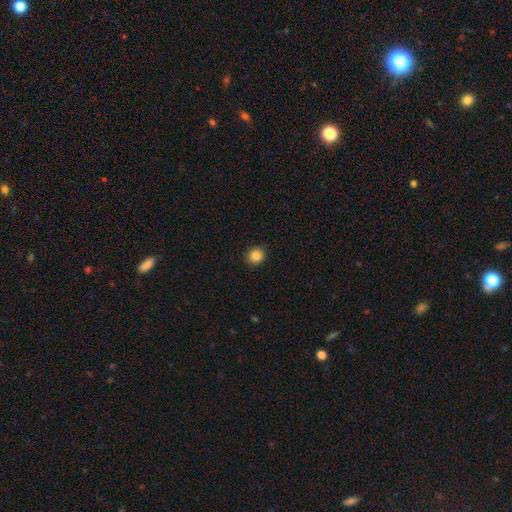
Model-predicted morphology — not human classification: Smooth or featured: smooth — 85% (star or artifact — 10%)
How rounded: round — 86% (in between — 13%)
Merging: none — 91% (minor disturbance — 6%)